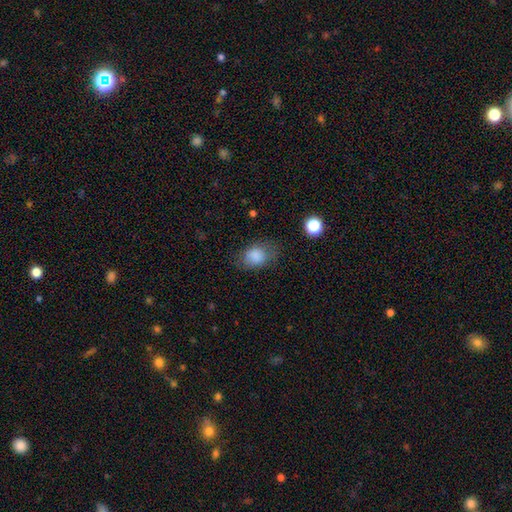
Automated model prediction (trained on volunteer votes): This is clearly a smooth galaxy (83%). How rounded: likely in between (67%). Merging: likely none (64%).